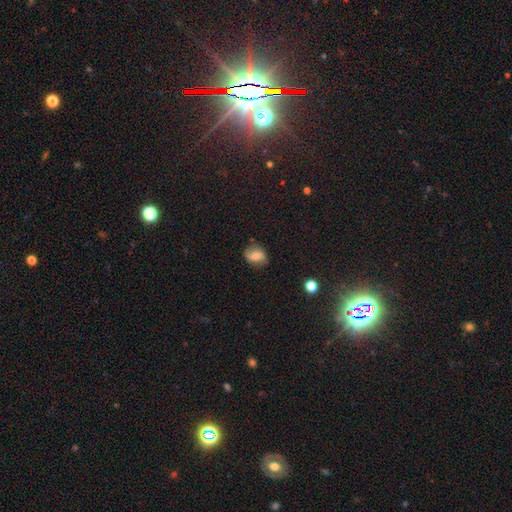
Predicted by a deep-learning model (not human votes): The model was most divided on "how rounded": in between: 57%, round: 41%, cigar-shaped: 2%. More confident: merging — none (73%); smooth or featured — smooth (56%).